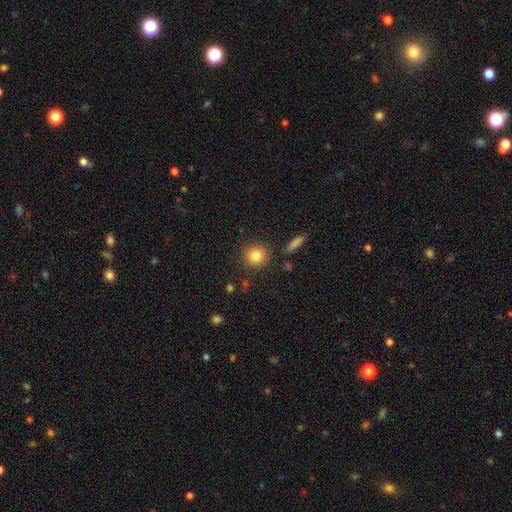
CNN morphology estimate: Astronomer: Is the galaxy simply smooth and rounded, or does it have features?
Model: smooth — 83%.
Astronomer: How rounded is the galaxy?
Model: round — 91%.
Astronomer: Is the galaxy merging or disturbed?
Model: none — 87%.